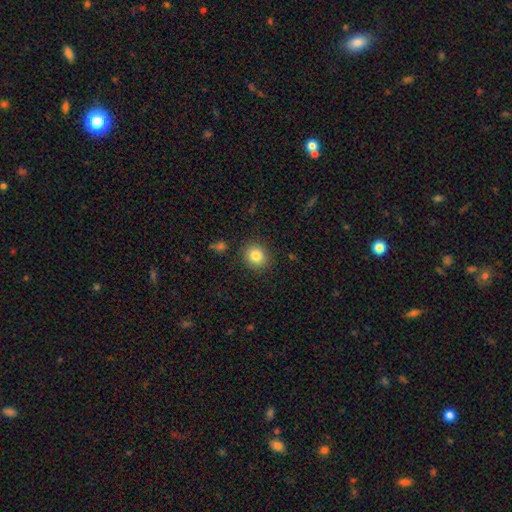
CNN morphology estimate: Smooth or featured?
  - smooth: 83% *
  - star or artifact: 10%
  - featured or disk: 7%
How rounded?
  - round: 81% *
  - in between: 18%
  - cigar-shaped: 1%
Merging?
  - none: 88% *
  - minor disturbance: 8%
  - major disturbance: 2%
  - merger: 2%